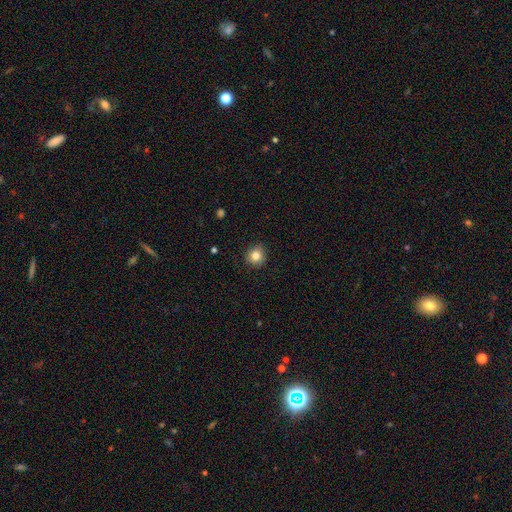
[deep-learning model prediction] smooth 84%, star or artifact 10%, featured or disk 6%. Down the decision tree: how rounded — round (88%); merging — none (89%).